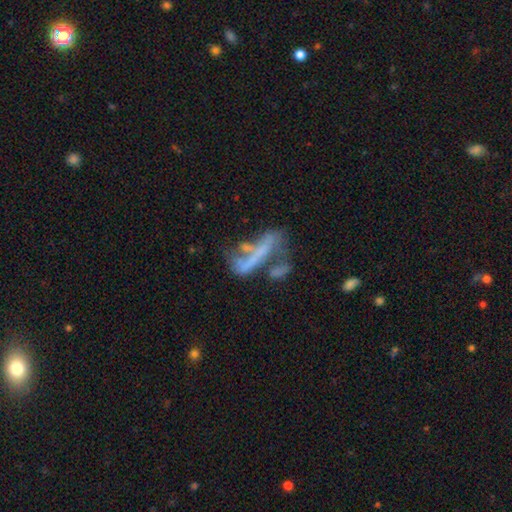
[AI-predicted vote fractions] Smooth or featured: featured or disk — 55% (smooth — 30%)
Edge-on disk: no — 79% (yes — 21%)
Merging: merger — 34% (major disturbance — 29%)